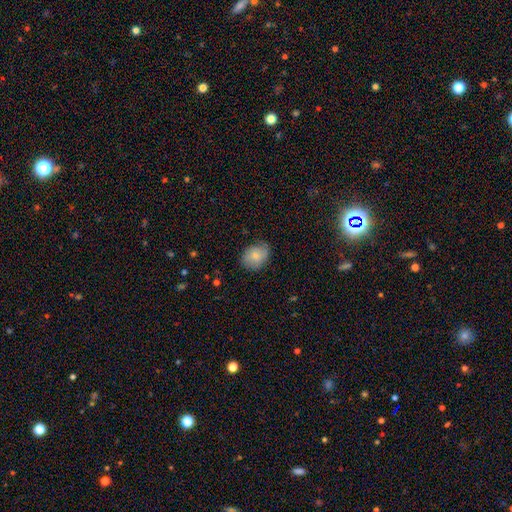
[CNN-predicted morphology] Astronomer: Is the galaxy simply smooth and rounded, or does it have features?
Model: smooth — 79%.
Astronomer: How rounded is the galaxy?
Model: in between — 63%.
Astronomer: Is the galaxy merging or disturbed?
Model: none — 76%.